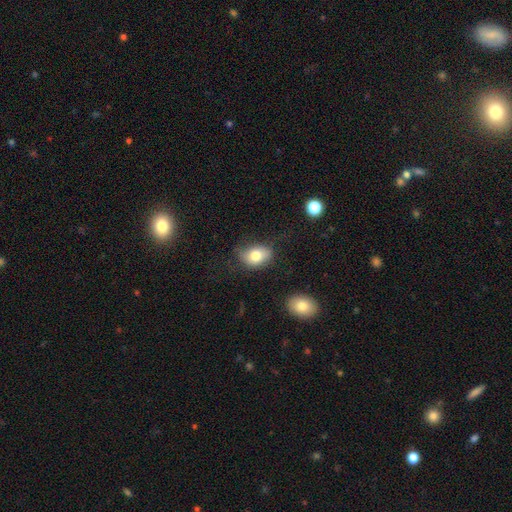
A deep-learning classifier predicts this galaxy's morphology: A smooth galaxy with no disk features (78%) that is in between round and cigar-shaped (74%).

Vote fractions:
- Smooth or featured? smooth: 78% / featured or disk: 13% / star or artifact: 9%
- How rounded? in between: 74% / round: 25% / cigar-shaped: 1%
- Merging? none: 57% / minor disturbance: 29% / major disturbance: 11% / merger: 3%